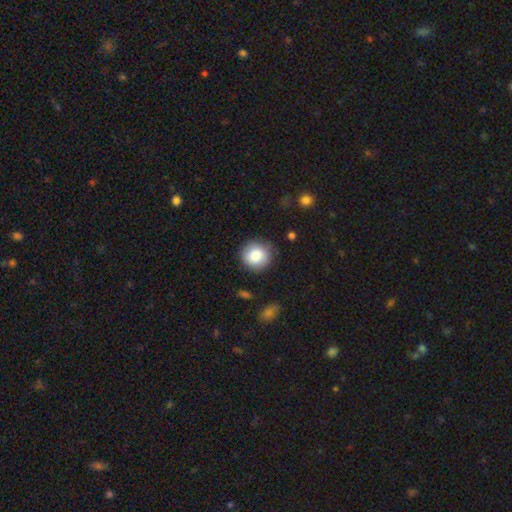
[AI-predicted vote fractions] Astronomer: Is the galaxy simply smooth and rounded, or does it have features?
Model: smooth — 85%.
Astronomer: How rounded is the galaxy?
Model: round — 92%.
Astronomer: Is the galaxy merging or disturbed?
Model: none — 86%.